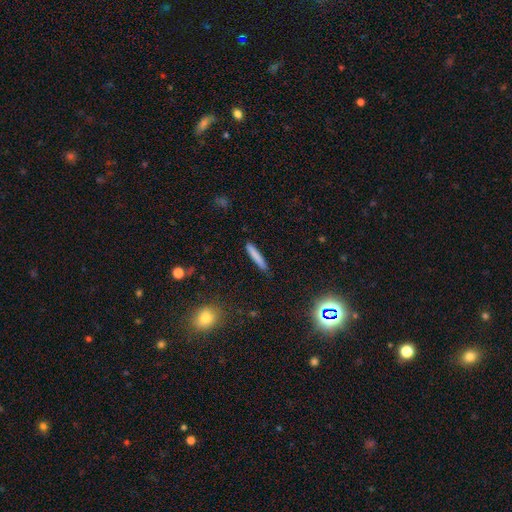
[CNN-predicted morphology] Smooth or featured: smooth — 80% (featured or disk — 13%)
How rounded: cigar-shaped — 94% (in between — 5%)
Merging: none — 87% (minor disturbance — 10%)